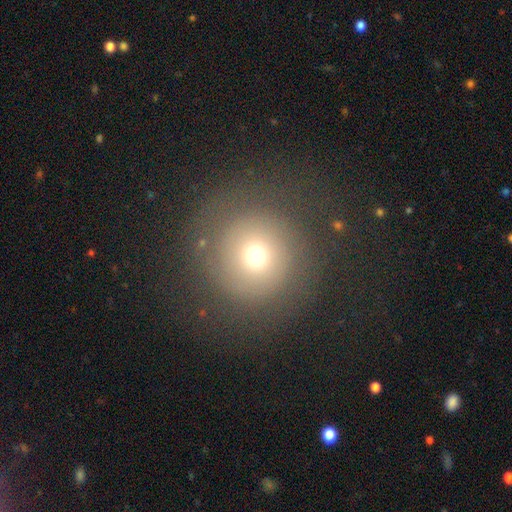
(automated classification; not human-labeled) Q: Smooth or featured?
A: smooth (66%); runner-up: star or artifact (18%)
Q: How rounded?
A: round (94%); runner-up: in between (5%)
Q: Merging?
A: none (76%); runner-up: minor disturbance (12%)